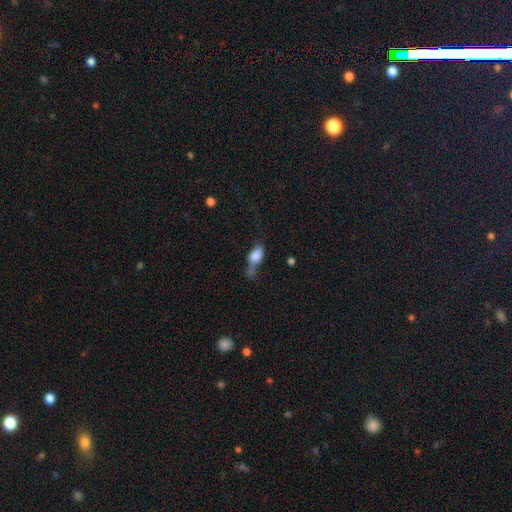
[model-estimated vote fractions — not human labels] This is likely a smooth galaxy (74%). How rounded: clearly in between (81%). Merging: marginally none (26%, tied with major disturbance and minor disturbance).